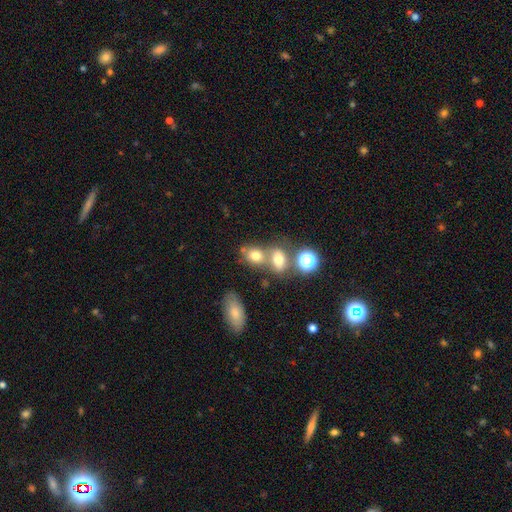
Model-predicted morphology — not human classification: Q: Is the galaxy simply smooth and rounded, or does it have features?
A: smooth — 72%.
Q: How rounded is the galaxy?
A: in between — 54%.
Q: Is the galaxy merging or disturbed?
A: merger — 44%.